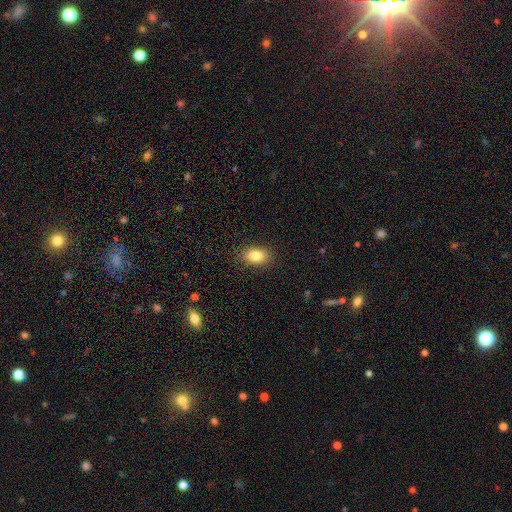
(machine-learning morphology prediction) This is clearly a smooth galaxy (84%). How rounded: clearly in between (86%). Merging: clearly none (88%).